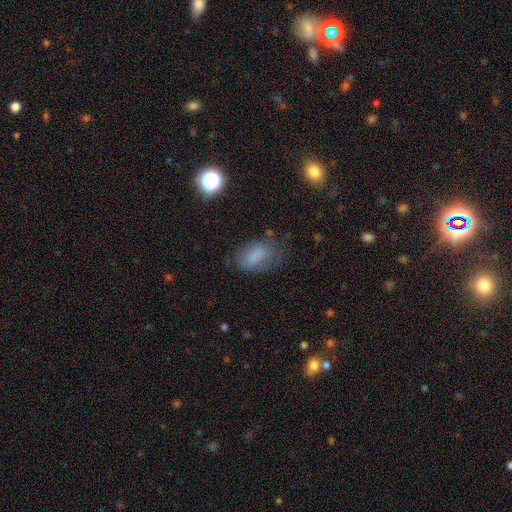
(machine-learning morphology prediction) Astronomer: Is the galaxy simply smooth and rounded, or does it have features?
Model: smooth — 74%.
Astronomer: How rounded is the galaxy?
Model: in between — 85%.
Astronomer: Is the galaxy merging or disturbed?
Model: none — 59%.